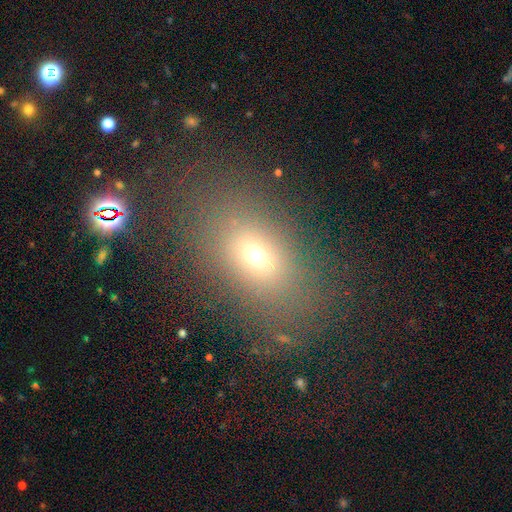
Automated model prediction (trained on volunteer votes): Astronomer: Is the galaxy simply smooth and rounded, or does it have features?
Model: smooth — 63%.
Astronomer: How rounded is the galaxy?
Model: in between — 73%.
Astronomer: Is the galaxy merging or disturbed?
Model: none — 78%.